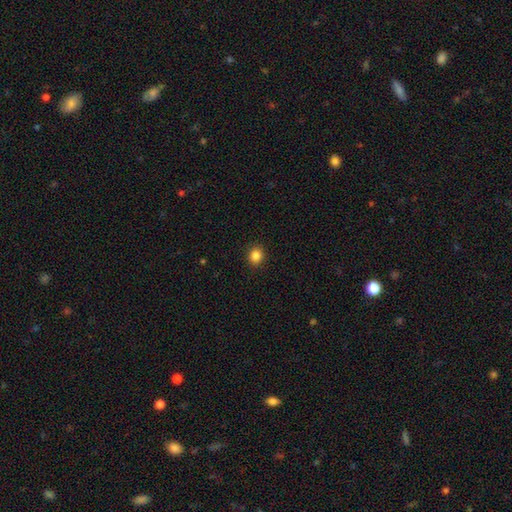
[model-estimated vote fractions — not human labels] Overall: smooth (85%). How rounded: round (80%). Merging: none (92%).